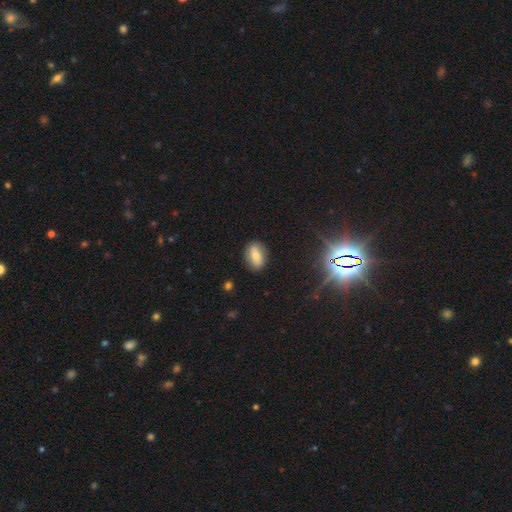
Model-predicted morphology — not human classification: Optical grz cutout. It shows a smooth galaxy with no disk features (69%) that is in between round and cigar-shaped (84%). Merging: none (84%).